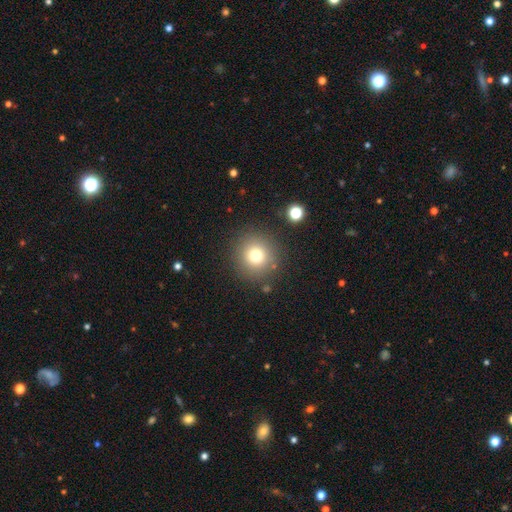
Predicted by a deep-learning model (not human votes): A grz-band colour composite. It shows a smooth galaxy with no disk features (74%) that is round (95%). Merging: none (87%).